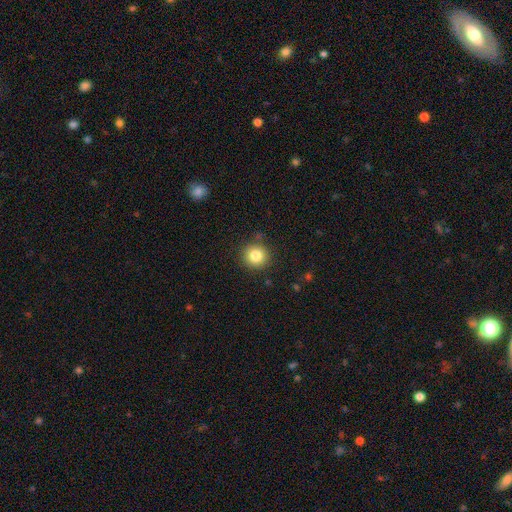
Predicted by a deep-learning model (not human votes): Q: Smooth or featured?
A: smooth (83%); runner-up: star or artifact (11%)
Q: How rounded?
A: round (92%); runner-up: in between (7%)
Q: Merging?
A: none (87%); runner-up: minor disturbance (9%)